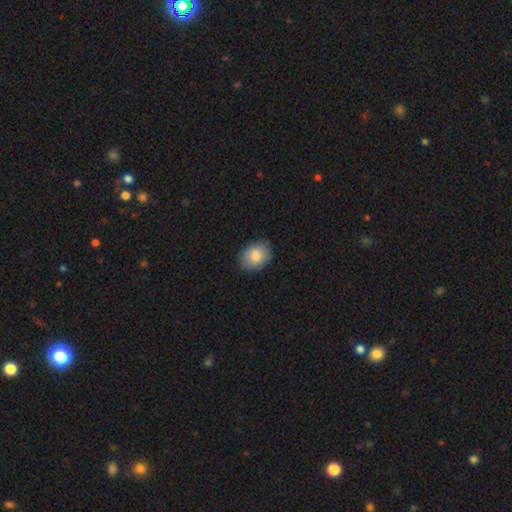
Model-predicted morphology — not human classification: Q: Smooth or featured?
A: smooth (85%); runner-up: featured or disk (8%)
Q: How rounded?
A: in between (65%); runner-up: round (34%)
Q: Merging?
A: none (85%); runner-up: minor disturbance (11%)